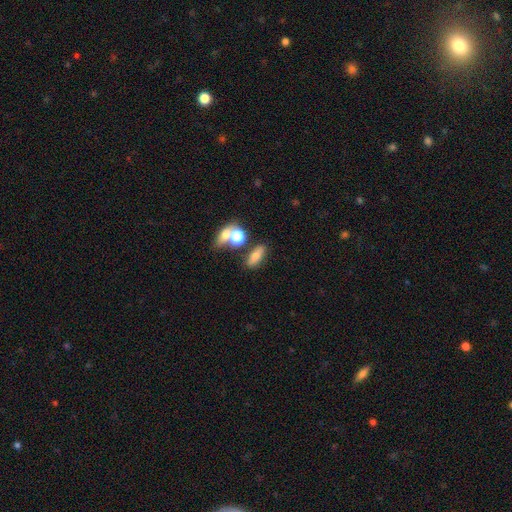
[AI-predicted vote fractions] This is likely a smooth galaxy (70%). How rounded: likely in between (61%). Merging: likely none (67%).